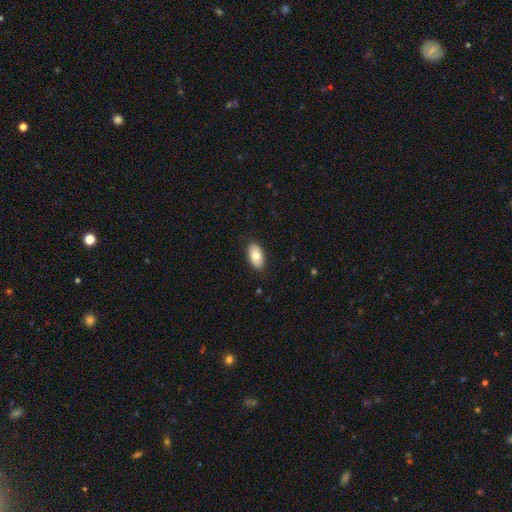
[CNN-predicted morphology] smooth-or-featured: smooth: 76% | featured or disk: 17% | star or artifact: 7%
  how-rounded: in between: 94% | round: 5% | cigar-shaped: 2%
  merging: none: 87% | minor disturbance: 10% | major disturbance: 2% | merger: 1%